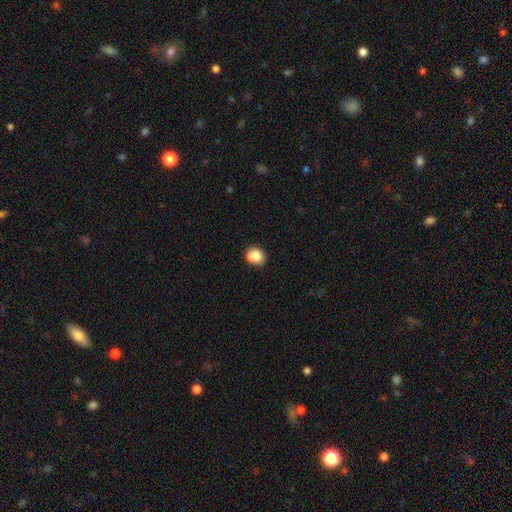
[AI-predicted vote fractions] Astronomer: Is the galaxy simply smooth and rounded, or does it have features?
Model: smooth — 80%.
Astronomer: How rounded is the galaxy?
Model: round — 61% (runner-up: in between, 38%).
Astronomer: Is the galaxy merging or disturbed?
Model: none — 60%.